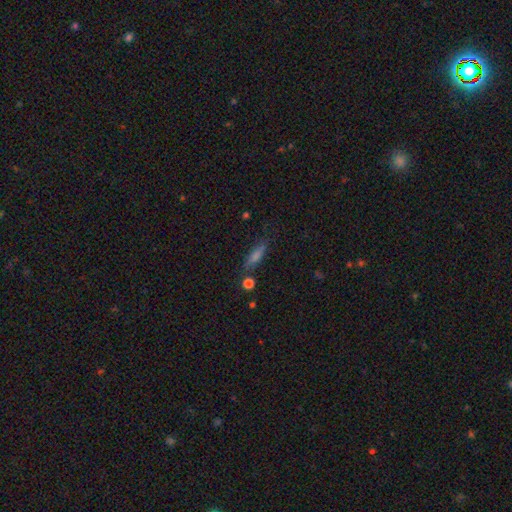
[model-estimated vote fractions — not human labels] smooth-or-featured: smooth: 60% | featured or disk: 26% | star or artifact: 14%
  how-rounded: cigar-shaped: 73% | in between: 24% | round: 4%
  merging: none: 75% | minor disturbance: 15% | merger: 5% | major disturbance: 5%